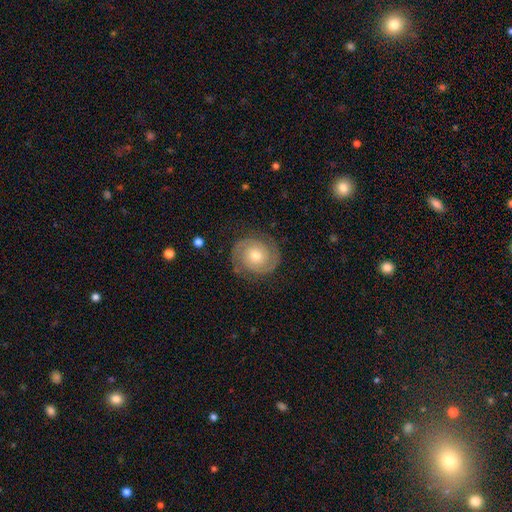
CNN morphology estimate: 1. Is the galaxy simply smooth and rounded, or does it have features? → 84% featured or disk, 10% smooth, 6% star or artifact.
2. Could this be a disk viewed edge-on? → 98% no, 2% yes.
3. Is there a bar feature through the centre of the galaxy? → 76% no, 19% weak, 5% strong.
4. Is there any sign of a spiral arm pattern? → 96% yes, 4% no.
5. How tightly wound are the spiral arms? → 63% tight, 31% medium, 6% loose.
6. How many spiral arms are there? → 92% 2, 3% can't tell, 2% 3, 1% 1, 1% 4, 1% more than 4.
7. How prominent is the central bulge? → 63% moderate, 32% small, 3% large, 1% none, 1% dominant.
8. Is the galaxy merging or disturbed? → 85% none, 10% minor disturbance, 3% major disturbance, 1% merger.